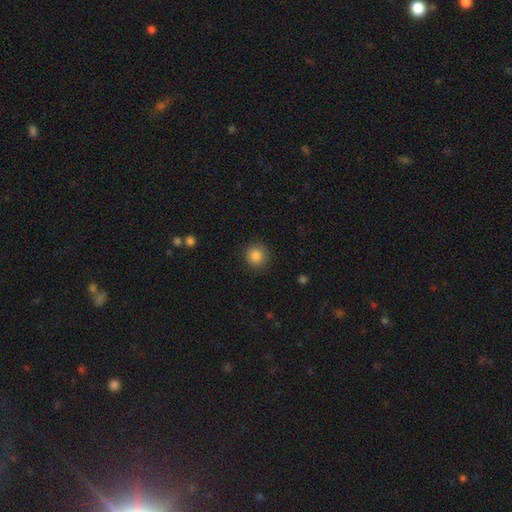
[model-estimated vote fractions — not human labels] Smooth or featured?
  - smooth: 85% *
  - star or artifact: 10%
  - featured or disk: 5%
How rounded?
  - round: 94% *
  - in between: 5%
  - cigar-shaped: 1%
Merging?
  - none: 89% *
  - minor disturbance: 7%
  - major disturbance: 2%
  - merger: 1%